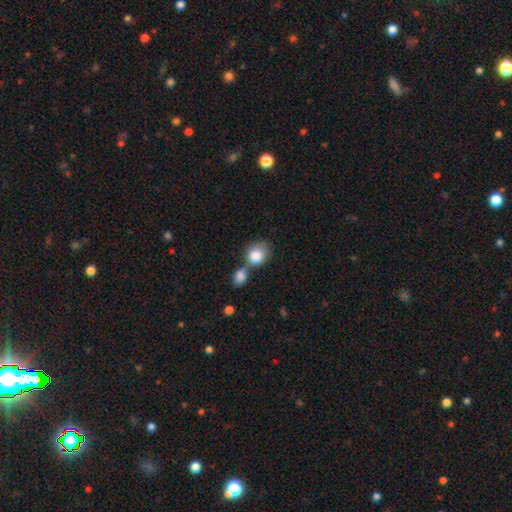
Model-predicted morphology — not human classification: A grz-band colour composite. It shows a smooth galaxy with no disk features (84%) that is round (72%). Merging: merger (46%).